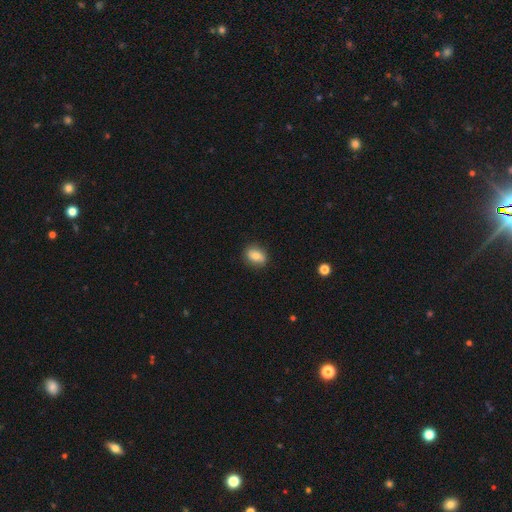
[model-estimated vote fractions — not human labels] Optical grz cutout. It shows a smooth galaxy with no disk features (77%) that is in between round and cigar-shaped (70%). Merging: none (84%).